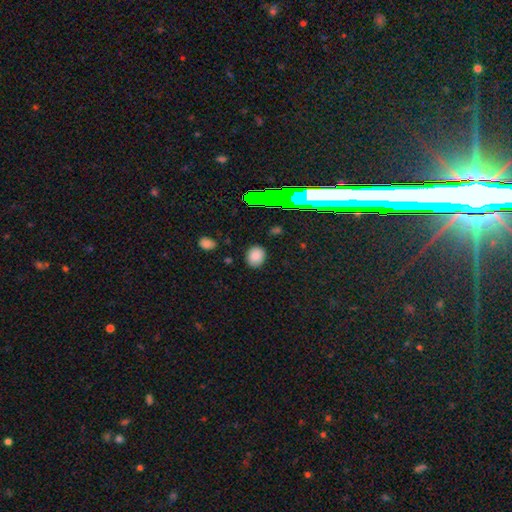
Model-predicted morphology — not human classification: A smooth galaxy with no disk features (81%) that is round (59%).

Vote fractions:
- Smooth or featured? smooth: 81% / star or artifact: 13% / featured or disk: 6%
- How rounded? round: 59% / in between: 39% / cigar-shaped: 1%
- Merging? none: 86% / minor disturbance: 10% / major disturbance: 3% / merger: 2%